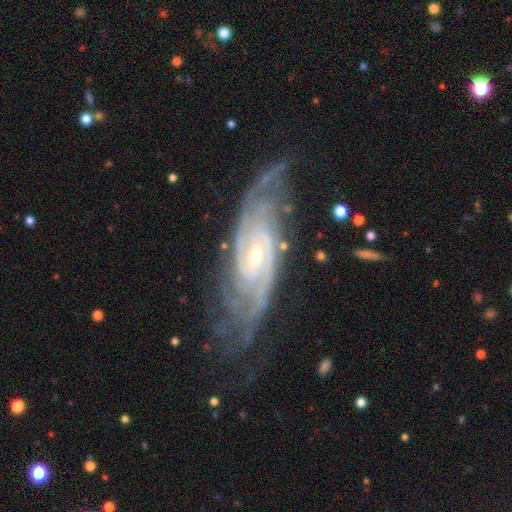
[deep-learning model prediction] Smooth or featured?
  - featured or disk: 91% *
  - star or artifact: 5%
  - smooth: 3%
Edge-on disk?
  - no: 93% *
  - yes: 7%
Bar?
  - no: 43% *
  - weak: 40%
  - strong: 17%
Spiral arms?
  - yes: 98% *
  - no: 2%
Spiral winding?
  - tight: 69% *
  - medium: 26%
  - loose: 4%
Spiral arm count?
  - 2: 31% *
  - can't tell: 21%
  - 3: 17%
  - 4: 15%
  - more than 4: 9%
  - 1: 6%
Bulge size?
  - small: 64% *
  - moderate: 33%
  - large: 2%
  - none: 1%
  - dominant: 1%
Merging?
  - none: 72% *
  - minor disturbance: 19%
  - major disturbance: 7%
  - merger: 2%